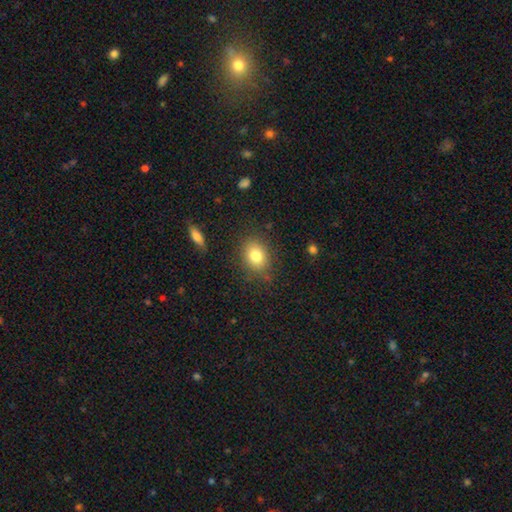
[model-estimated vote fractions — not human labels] Smooth or featured: smooth — 80% (star or artifact — 10%)
How rounded: in between — 58% (round — 41%)
Merging: none — 82% (minor disturbance — 12%)